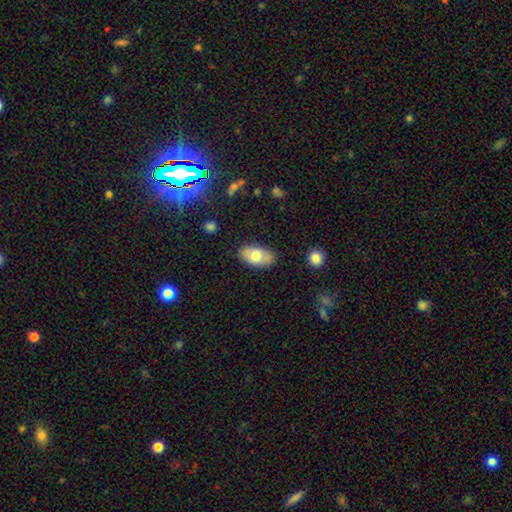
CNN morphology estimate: smooth-or-featured: smooth: 69% | featured or disk: 25% | star or artifact: 7%
  how-rounded: in between: 93% | round: 5% | cigar-shaped: 2%
  merging: none: 81% | minor disturbance: 14% | major disturbance: 3% | merger: 2%